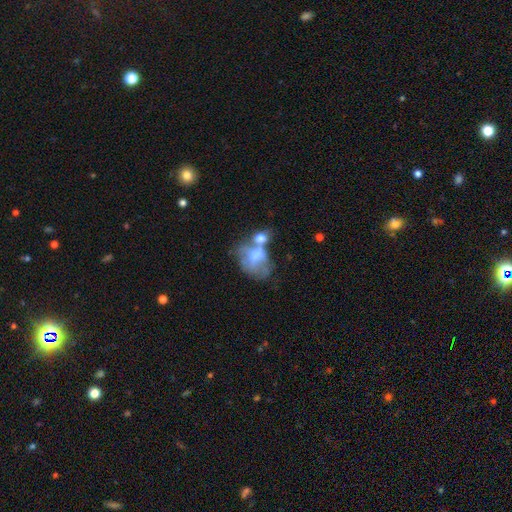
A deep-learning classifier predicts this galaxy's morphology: Smooth or featured? Predicted: smooth (p=0.52). How rounded? Predicted: in between (p=0.74). Merging? Predicted: merger (p=0.51).